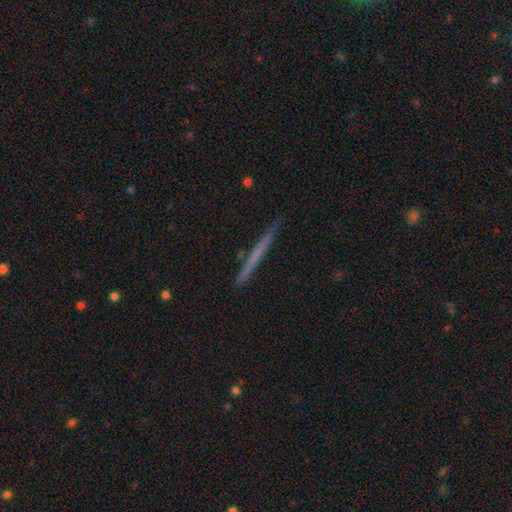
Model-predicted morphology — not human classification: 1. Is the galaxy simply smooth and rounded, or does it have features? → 47% featured or disk (tied), 47% smooth (tied), 6% star or artifact.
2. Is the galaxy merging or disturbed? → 91% none, 6% minor disturbance, 1% major disturbance, 1% merger.